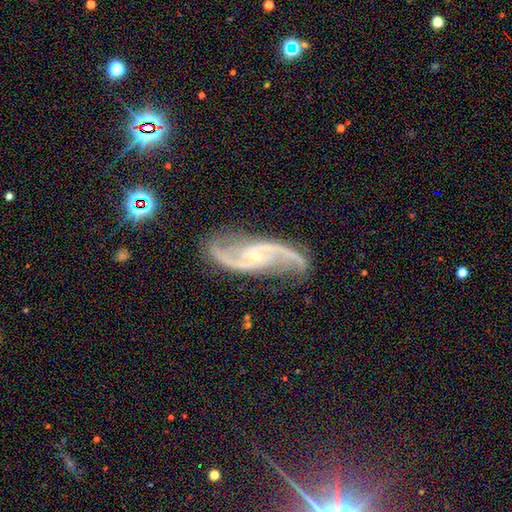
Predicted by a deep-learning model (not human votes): Q: Smooth or featured?
A: featured or disk (91%); runner-up: star or artifact (6%)
Q: Edge-on disk?
A: no (96%); runner-up: yes (4%)
Q: Bar?
A: no (53%); runner-up: weak (33%)
Q: Spiral arms?
A: yes (98%); runner-up: no (2%)
Q: Spiral winding?
A: medium (51%); runner-up: loose (33%)
Q: Spiral arm count?
A: 2 (90%); runner-up: 3 (3%)
Q: Bulge size?
A: small (77%); runner-up: moderate (19%)
Q: Merging?
A: none (77%); runner-up: minor disturbance (16%)